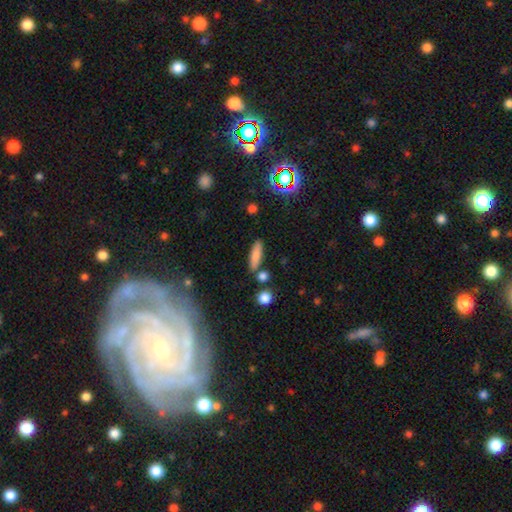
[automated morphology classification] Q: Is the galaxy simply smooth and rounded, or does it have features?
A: smooth — 80%.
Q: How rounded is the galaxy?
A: cigar-shaped — 60%.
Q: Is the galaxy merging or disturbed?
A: none — 79%.